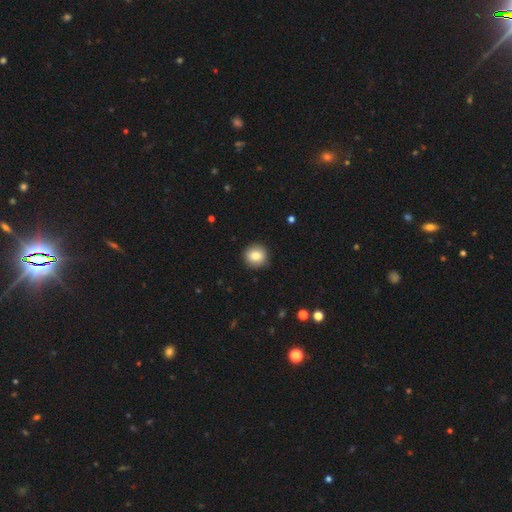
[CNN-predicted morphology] The model was most divided on "smooth or featured": smooth: 83%, star or artifact: 9%, featured or disk: 8%. More confident: how rounded — round (91%); merging — none (90%).